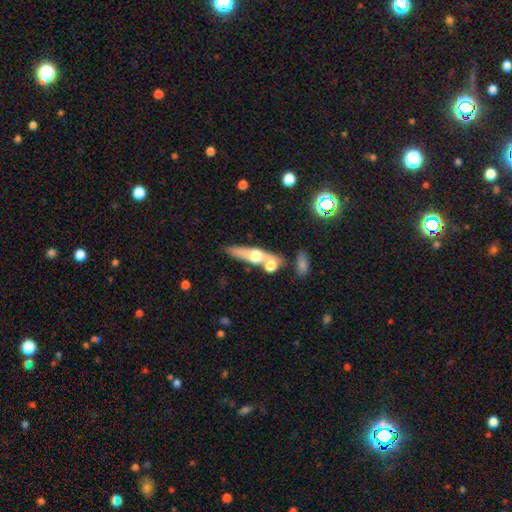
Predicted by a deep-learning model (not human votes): smooth_or_featured: featured or disk (p=0.52) [alt: smooth p=0.40]
disk_edge_on: yes (p=0.85) [alt: no p=0.15]
merging: none (p=0.56) [alt: merger p=0.28]